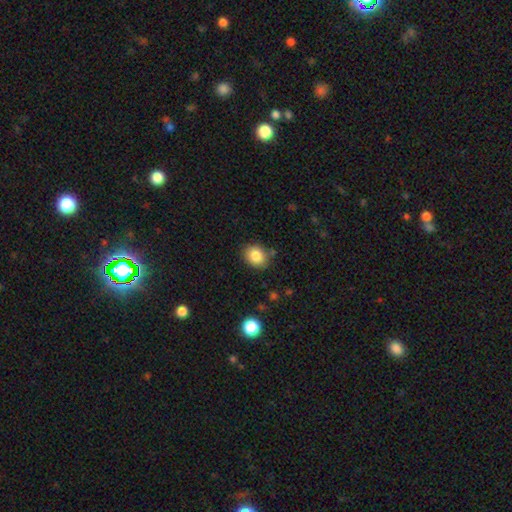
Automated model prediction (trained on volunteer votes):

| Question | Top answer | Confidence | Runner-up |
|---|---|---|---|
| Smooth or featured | smooth | 84% | star or artifact (9%) |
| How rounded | round | 56% | in between (43%) |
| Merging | none | 83% | minor disturbance (12%) |